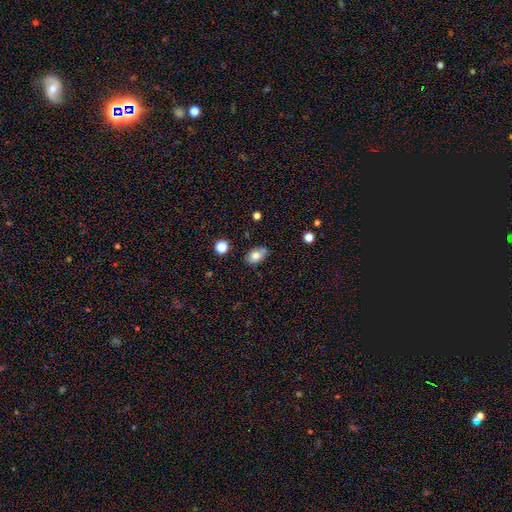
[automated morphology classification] Smooth or featured? Predicted: smooth (p=0.76). How rounded? Predicted: in between (p=0.88). Merging? Predicted: none (p=0.71).